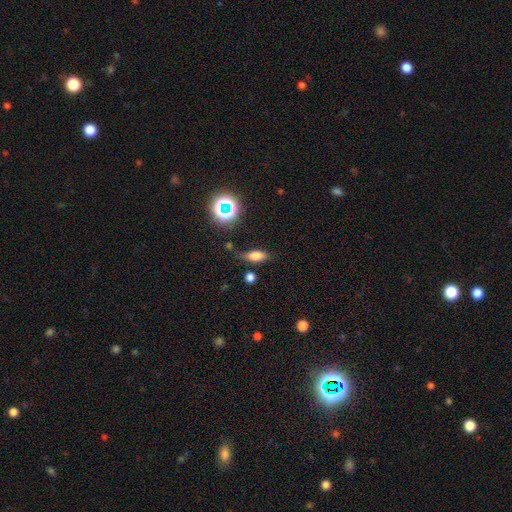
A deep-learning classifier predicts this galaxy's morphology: Q: Smooth or featured?
A: smooth (71%); runner-up: star or artifact (15%)
Q: How rounded?
A: in between (74%); runner-up: cigar-shaped (17%)
Q: Merging?
A: none (68%); runner-up: minor disturbance (21%)